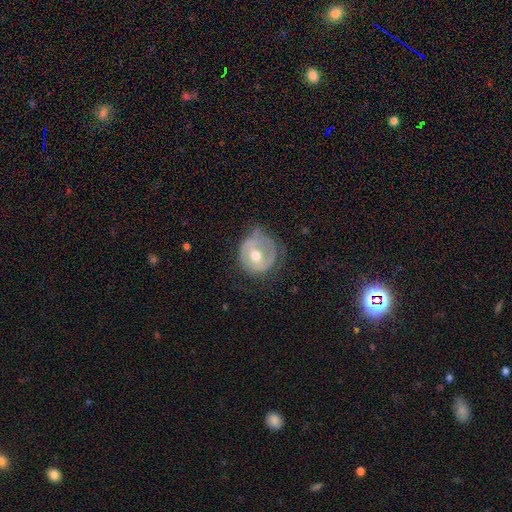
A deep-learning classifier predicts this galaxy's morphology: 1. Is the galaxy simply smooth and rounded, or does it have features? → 58% featured or disk, 35% smooth, 6% star or artifact.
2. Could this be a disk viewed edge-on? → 96% no, 4% yes.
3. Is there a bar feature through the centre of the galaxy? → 58% no, 31% weak, 11% strong.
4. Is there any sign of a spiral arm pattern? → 52% yes, 48% no.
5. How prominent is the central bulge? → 78% moderate, 14% small, 6% large, 1% none, 1% dominant.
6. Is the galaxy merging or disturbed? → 49% none, 31% minor disturbance, 18% major disturbance, 2% merger.